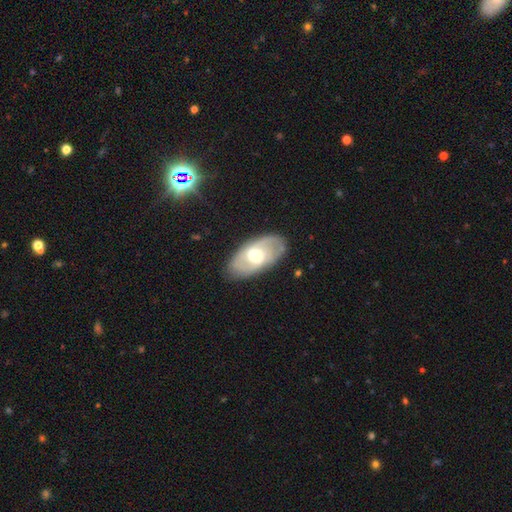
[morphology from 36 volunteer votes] Smooth or featured? 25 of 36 (69%) said featured or disk. Edge-on disk? 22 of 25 (88%) said no. Bar? 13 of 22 (59%) said weak. Spiral arms? 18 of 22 (82%) said yes. Spiral winding? 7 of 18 (39%, tied with loose) said medium. Spiral arm count? 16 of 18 (89%) said 2. Bulge size? 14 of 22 (64%) said moderate. Merging? 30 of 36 (83%) said none.